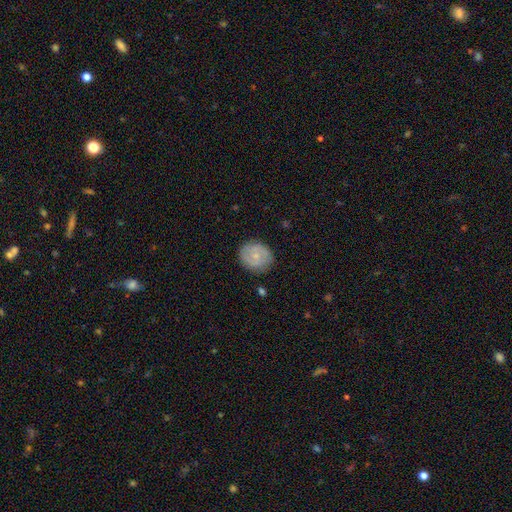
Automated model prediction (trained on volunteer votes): Smooth or featured?
  - featured or disk: 50% *
  - smooth: 43%
  - star or artifact: 7%
Edge-on disk?
  - no: 98% *
  - yes: 2%
Merging?
  - none: 83% *
  - minor disturbance: 13%
  - major disturbance: 3%
  - merger: 1%